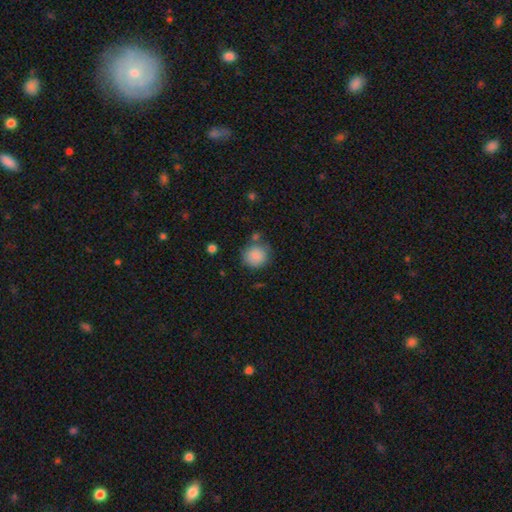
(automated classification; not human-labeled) This is clearly a smooth galaxy (86%). How rounded: clearly round (88%). Merging: likely none (74%).